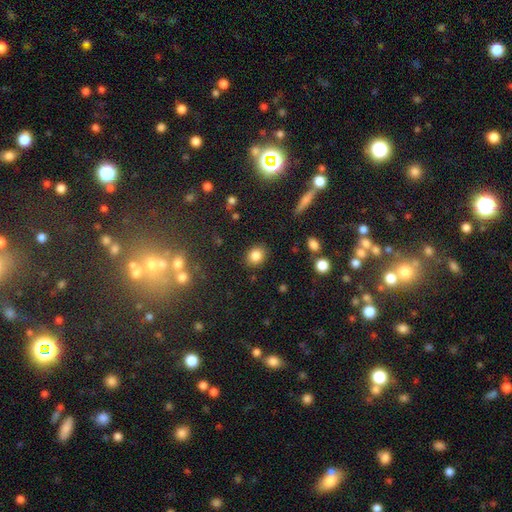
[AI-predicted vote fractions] Q: Smooth or featured?
A: smooth (83%); runner-up: star or artifact (10%)
Q: How rounded?
A: round (57%); runner-up: in between (41%)
Q: Merging?
A: none (86%); runner-up: minor disturbance (9%)